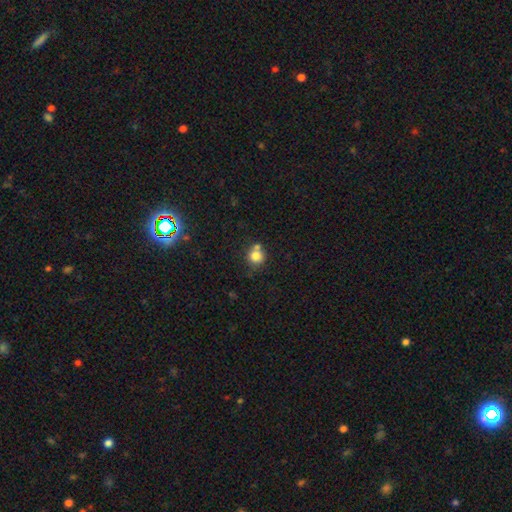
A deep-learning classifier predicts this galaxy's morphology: smooth-or-featured: smooth: 79% | star or artifact: 12% | featured or disk: 9%
  how-rounded: round: 88% | in between: 11% | cigar-shaped: 1%
  merging: none: 58% | merger: 27% | minor disturbance: 11% | major disturbance: 4%